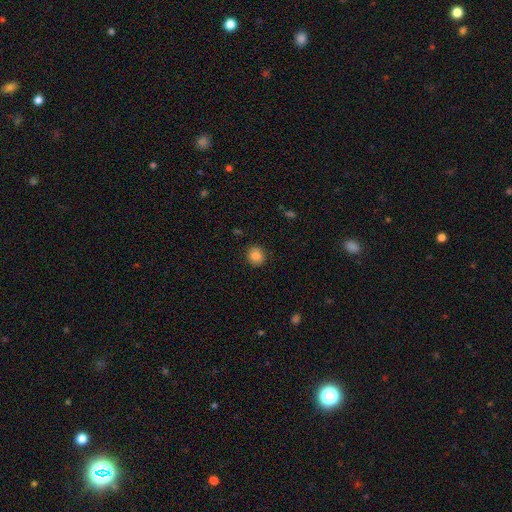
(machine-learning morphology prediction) Smooth or featured? smooth (84%)
How rounded? round (84%)
Merging? none (88%)